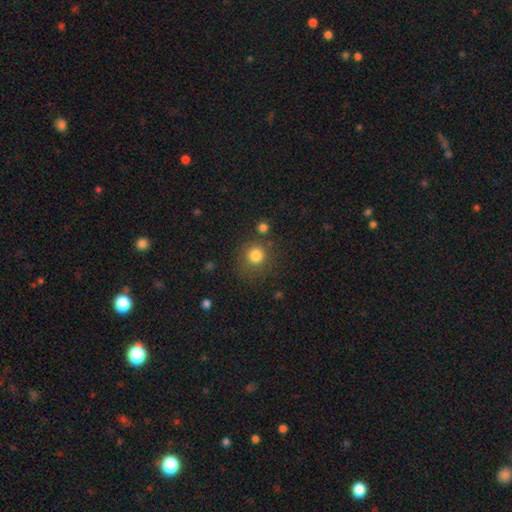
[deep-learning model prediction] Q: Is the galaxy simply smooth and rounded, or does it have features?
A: smooth — 82%.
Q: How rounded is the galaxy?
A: round — 90%.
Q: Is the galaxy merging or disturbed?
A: none — 77%.